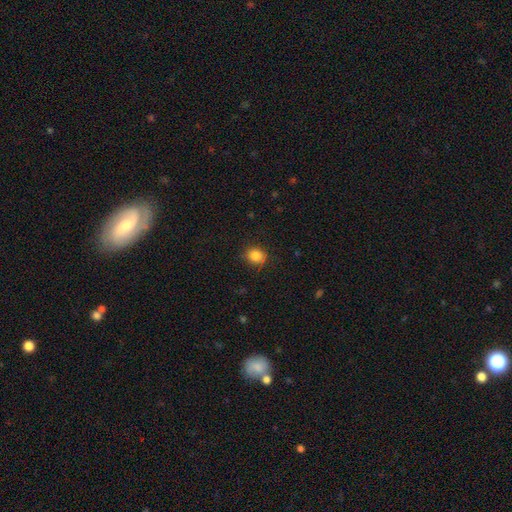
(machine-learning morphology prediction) Smooth or featured? Predicted: smooth (p=0.85). How rounded? Predicted: round (p=0.77). Merging? Predicted: none (p=0.80).